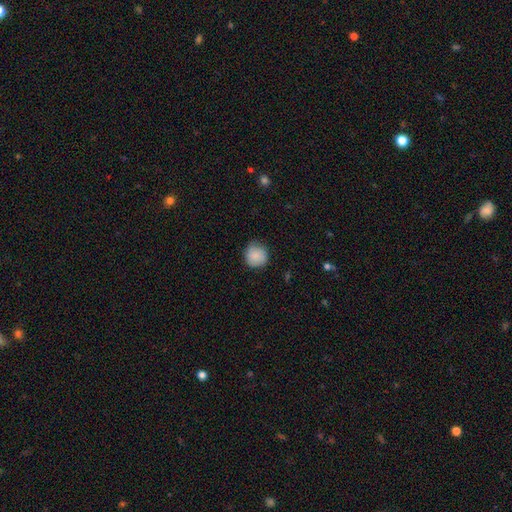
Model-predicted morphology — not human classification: Smooth or featured? smooth (85%)
How rounded? round (91%)
Merging? none (80%)